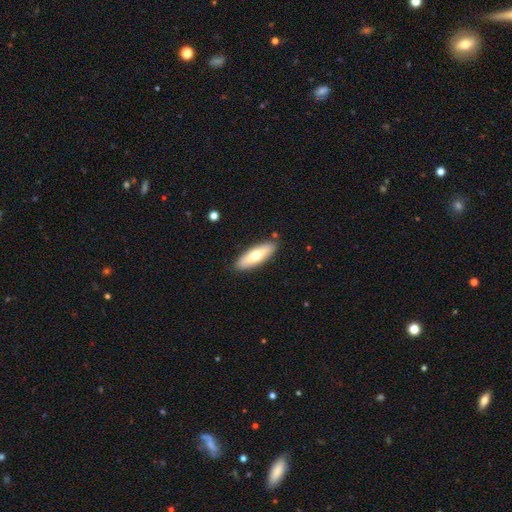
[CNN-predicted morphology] Smooth or featured? smooth (60%)
How rounded? in between (54%)
Merging? none (87%)